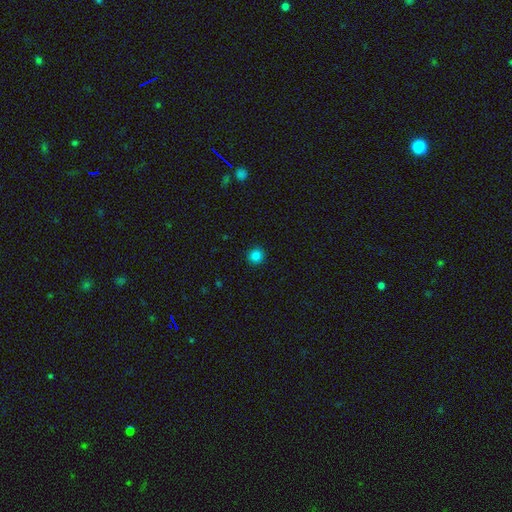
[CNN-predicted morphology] This is clearly a smooth galaxy (83%). How rounded: clearly round (92%). Merging: clearly none (93%).